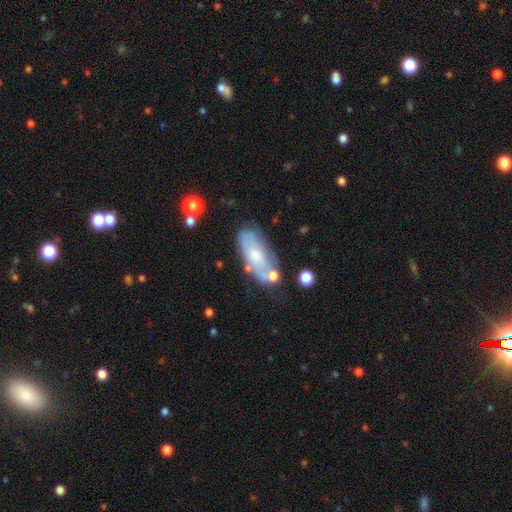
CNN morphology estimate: featured or disk 49%, smooth 43%, star or artifact 7%. Down the decision tree: merging — none (54%).